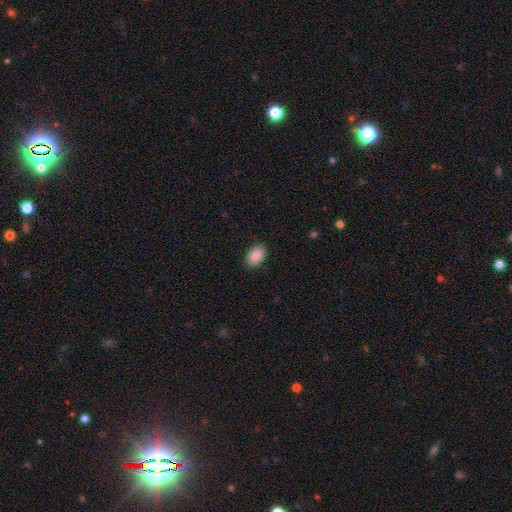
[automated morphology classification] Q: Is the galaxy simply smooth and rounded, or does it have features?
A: smooth — 90%.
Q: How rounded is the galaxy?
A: in between — 89%.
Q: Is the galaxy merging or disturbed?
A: none — 88%.